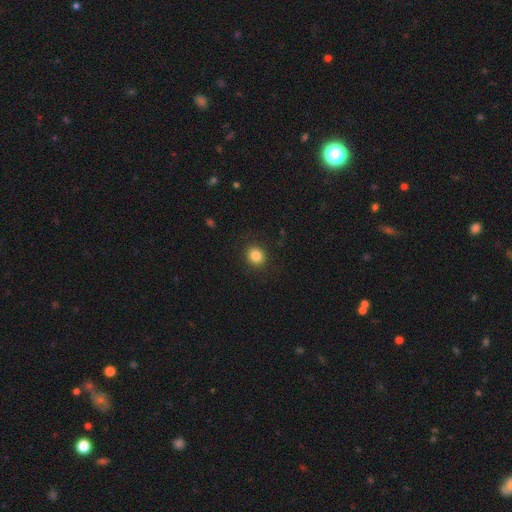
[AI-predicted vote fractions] This appears to be a smooth galaxy with no disk features (84%) that is round (79%). Merging: none (90%).